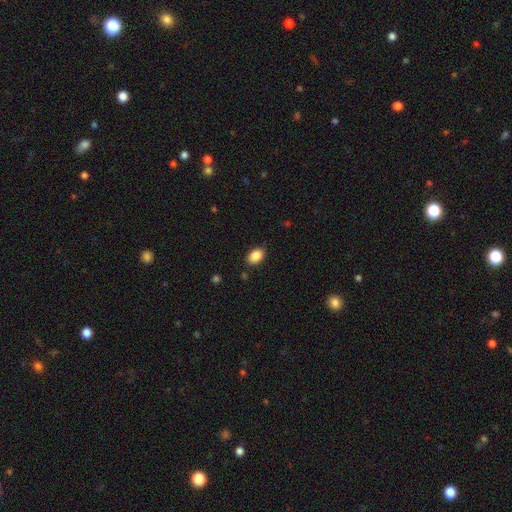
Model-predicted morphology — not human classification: smooth 88%, star or artifact 8%, featured or disk 4%. Down the decision tree: how rounded — in between (85%); merging — none (86%).